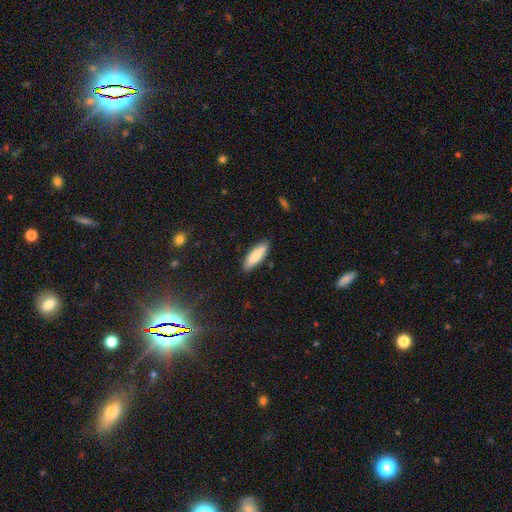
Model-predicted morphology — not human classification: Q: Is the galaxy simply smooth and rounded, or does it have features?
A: smooth — 81%.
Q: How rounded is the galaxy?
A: cigar-shaped — 49%, tied with in between.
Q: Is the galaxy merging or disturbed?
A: none — 86%.